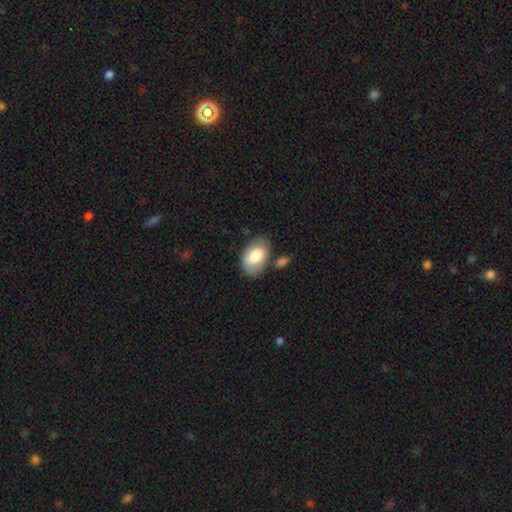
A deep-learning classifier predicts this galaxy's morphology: A smooth galaxy with no disk features (75%) that is in between round and cigar-shaped (92%).

Vote fractions:
- Smooth or featured? smooth: 75% / featured or disk: 19% / star or artifact: 6%
- How rounded? in between: 92% / round: 7% / cigar-shaped: 1%
- Merging? none: 68% / minor disturbance: 17% / merger: 9% / major disturbance: 5%